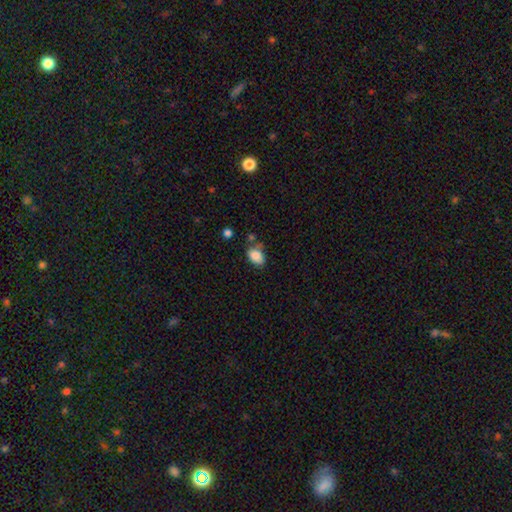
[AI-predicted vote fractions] Overall: smooth (85%). How rounded: in between (83%). Merging: none (57%; minor disturbance 25%).